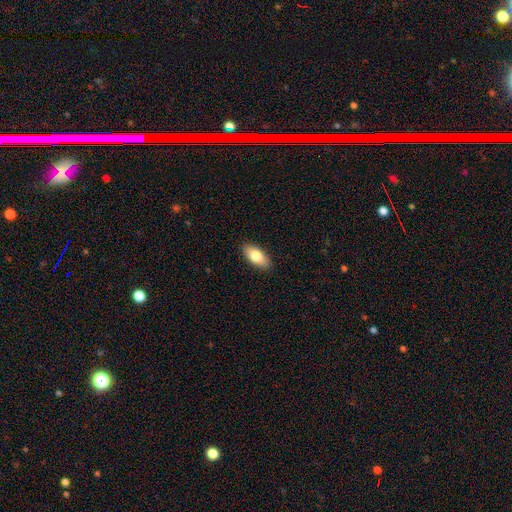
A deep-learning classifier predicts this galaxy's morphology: type=smooth (79%); roundness=in between (89%); merging=none (89%).